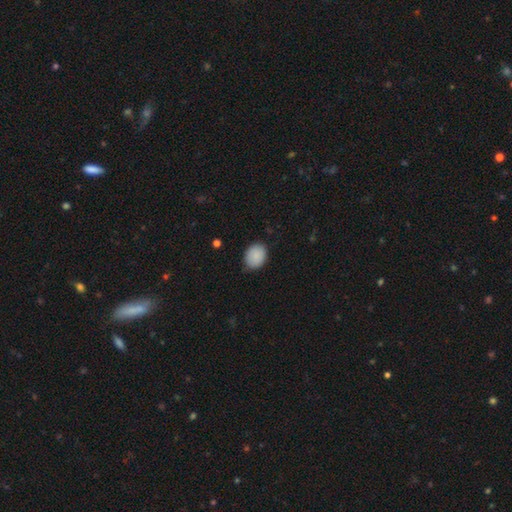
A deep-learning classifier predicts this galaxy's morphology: Smooth or featured? Predicted: smooth (p=0.89). How rounded? Predicted: in between (p=0.52). Merging? Predicted: none (p=0.78).